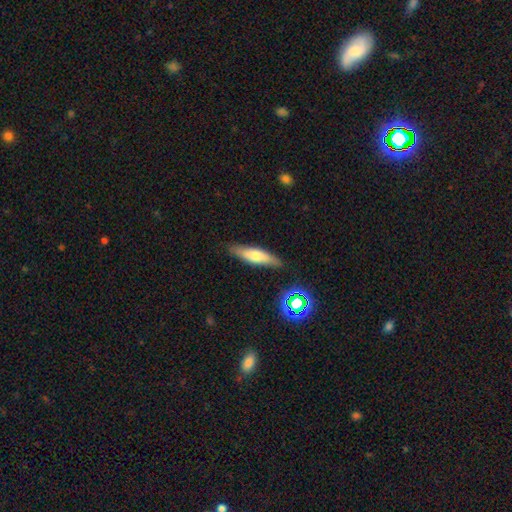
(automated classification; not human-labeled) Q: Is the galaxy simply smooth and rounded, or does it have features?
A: smooth — 60%.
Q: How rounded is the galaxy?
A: cigar-shaped — 68%.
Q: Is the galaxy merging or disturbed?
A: none — 86%.